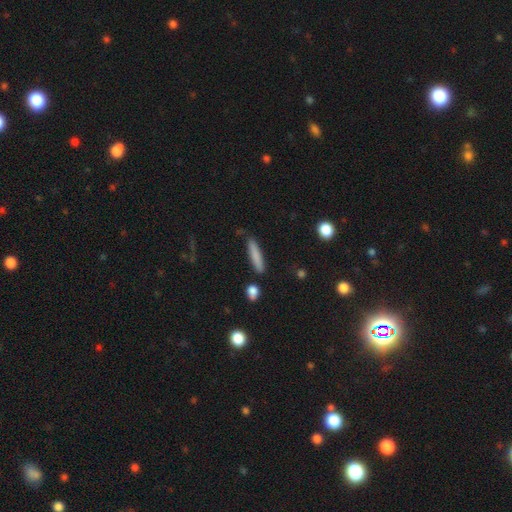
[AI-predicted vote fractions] Smooth or featured?
  - smooth: 80% *
  - featured or disk: 14%
  - star or artifact: 7%
How rounded?
  - cigar-shaped: 88% *
  - in between: 10%
  - round: 2%
Merging?
  - none: 83% *
  - minor disturbance: 11%
  - merger: 3%
  - major disturbance: 2%